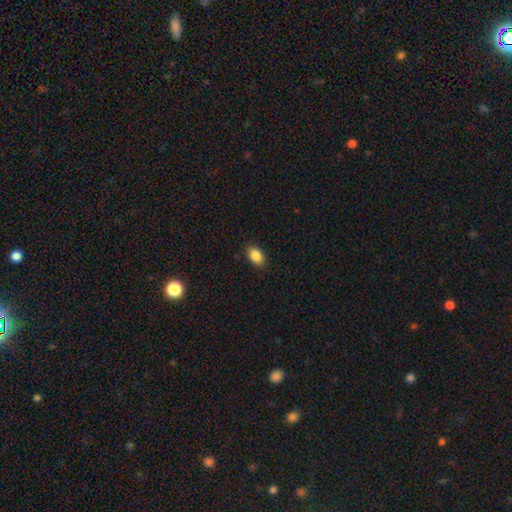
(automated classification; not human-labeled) Smooth or featured? Predicted: smooth (p=0.88). How rounded? Predicted: in between (p=0.88). Merging? Predicted: none (p=0.87).